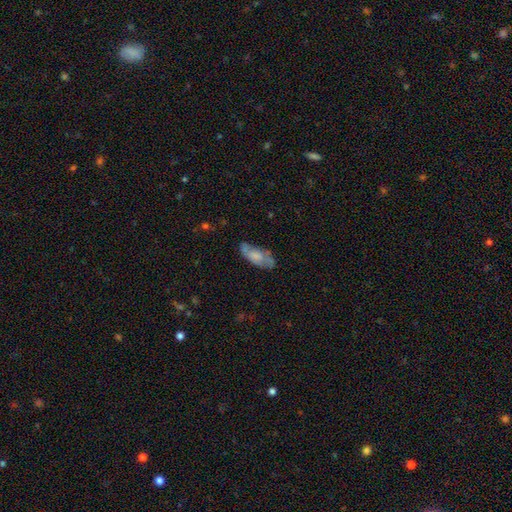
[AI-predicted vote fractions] Overall: smooth (59%; featured or disk 34%). How rounded: in between (79%). Merging: none (62%; minor disturbance 26%).